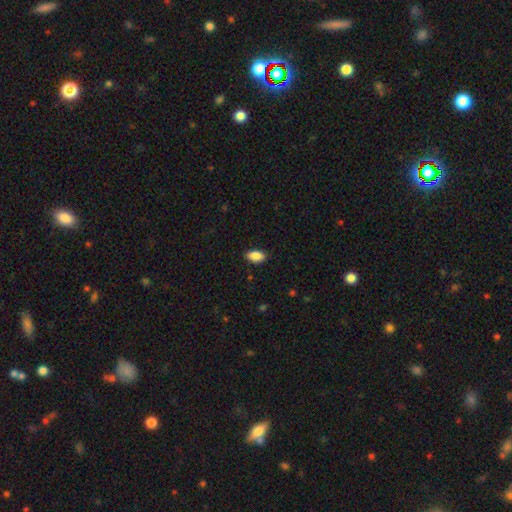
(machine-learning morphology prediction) smooth_or_featured: smooth (p=0.88) [alt: star or artifact p=0.07]
how_rounded: in between (p=0.93) [alt: round p=0.05]
merging: none (p=0.87) [alt: minor disturbance p=0.10]